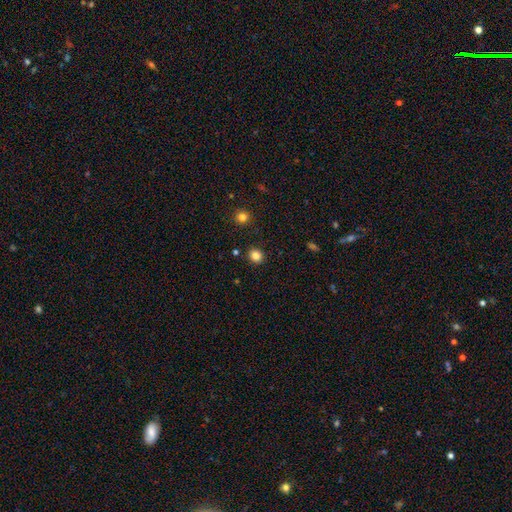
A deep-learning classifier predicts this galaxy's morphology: Smooth or featured: smooth — 83% (star or artifact — 12%)
How rounded: round — 77% (in between — 22%)
Merging: none — 90% (minor disturbance — 6%)